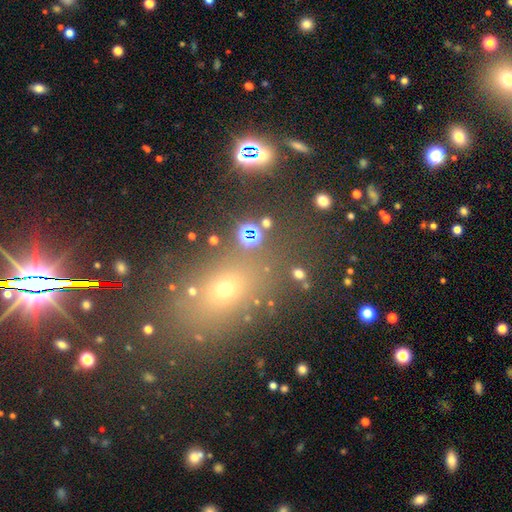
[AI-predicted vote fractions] Q: Smooth or featured?
A: smooth (43%); runner-up: star or artifact (41%)
Q: Merging?
A: none (78%); runner-up: minor disturbance (11%)